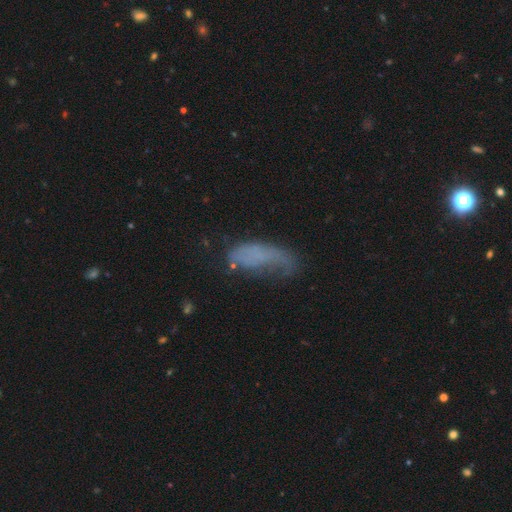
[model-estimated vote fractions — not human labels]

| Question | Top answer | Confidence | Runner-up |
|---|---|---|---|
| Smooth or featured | smooth | 54% | featured or disk (33%) |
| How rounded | in between | 79% | cigar-shaped (18%) |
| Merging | major disturbance | 35% | none (33%) |